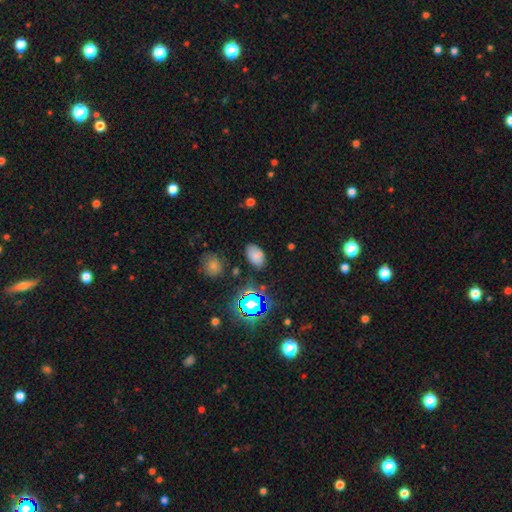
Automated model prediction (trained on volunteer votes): smooth 73%, star or artifact 19%, featured or disk 8%. Down the decision tree: how rounded — in between (91%); merging — none (79%).